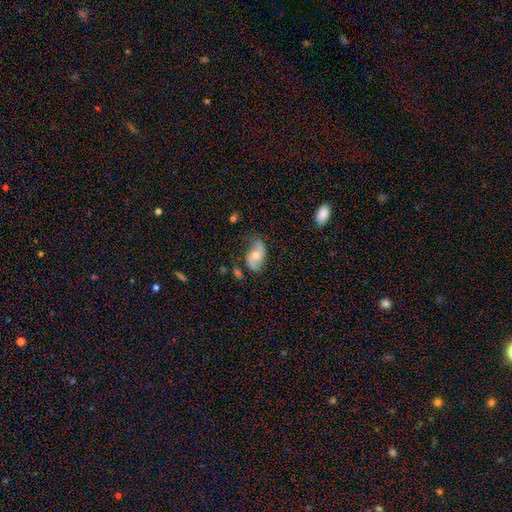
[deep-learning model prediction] Q: Smooth or featured?
A: featured or disk (62%); runner-up: smooth (32%)
Q: Edge-on disk?
A: no (95%); runner-up: yes (5%)
Q: Bar?
A: no (68%); runner-up: weak (26%)
Q: Spiral arms?
A: yes (83%); runner-up: no (17%)
Q: Bulge size?
A: moderate (73%); runner-up: small (15%)
Q: Merging?
A: none (65%); runner-up: minor disturbance (25%)